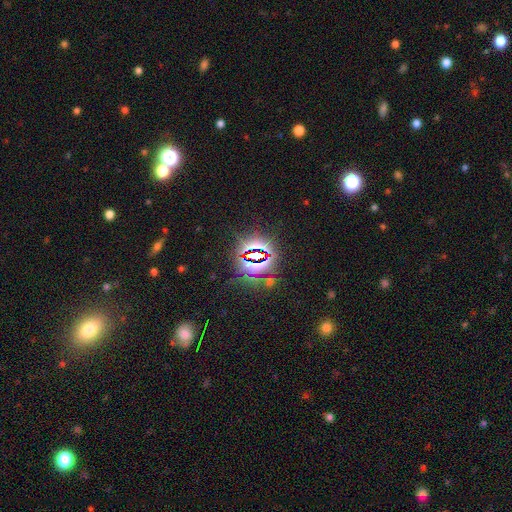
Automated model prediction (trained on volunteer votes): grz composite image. It shows a star or artifact, not a galaxy (81%).